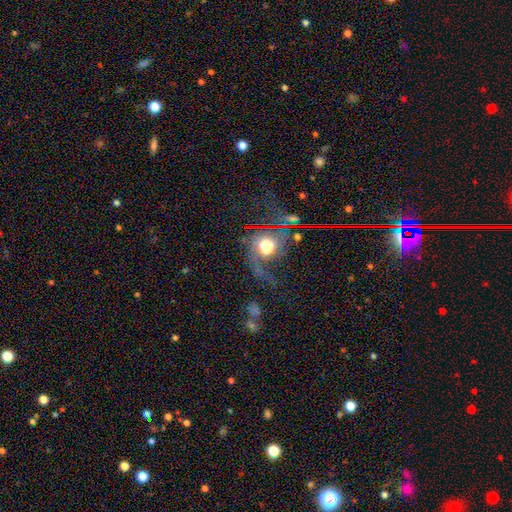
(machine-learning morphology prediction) featured or disk 49%, star or artifact 30%, smooth 21%. Down the decision tree: merging — none (47%).